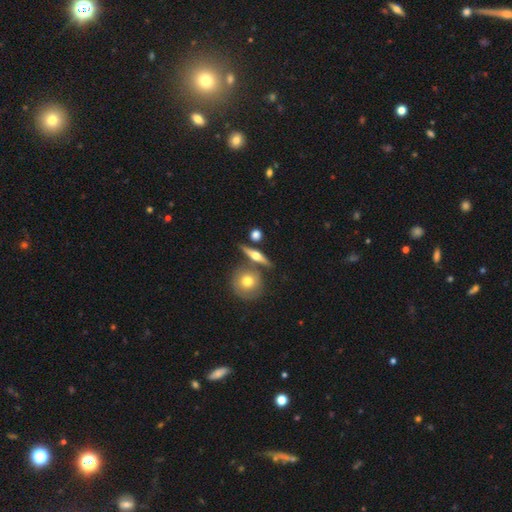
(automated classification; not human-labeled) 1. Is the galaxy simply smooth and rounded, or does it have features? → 67% featured or disk, 27% smooth, 6% star or artifact.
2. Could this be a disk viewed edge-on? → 93% yes, 7% no.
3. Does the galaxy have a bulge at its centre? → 95% rounded, 3% boxy, 2% none.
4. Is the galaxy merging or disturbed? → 77% none, 11% merger, 9% minor disturbance, 3% major disturbance.